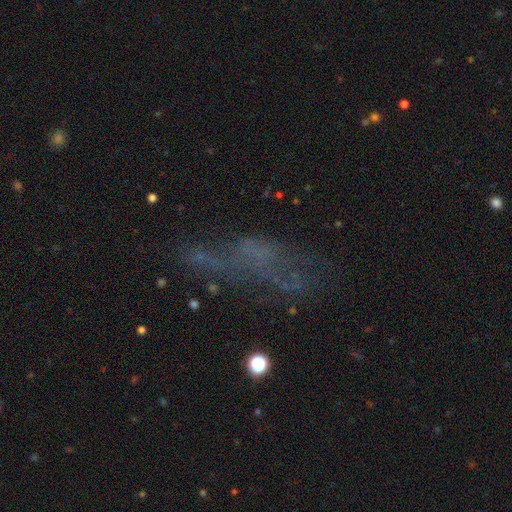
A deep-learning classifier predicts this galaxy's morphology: smooth-or-featured: featured or disk: 43% | smooth: 29% | star or artifact: 28%
  merging: none: 44% | major disturbance: 31% | minor disturbance: 19% | merger: 6%